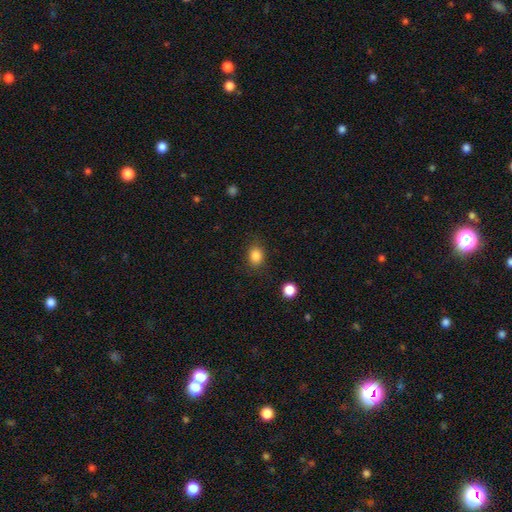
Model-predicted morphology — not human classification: smooth 85%, star or artifact 10%, featured or disk 5%. Down the decision tree: how rounded — in between (57%); merging — none (83%).